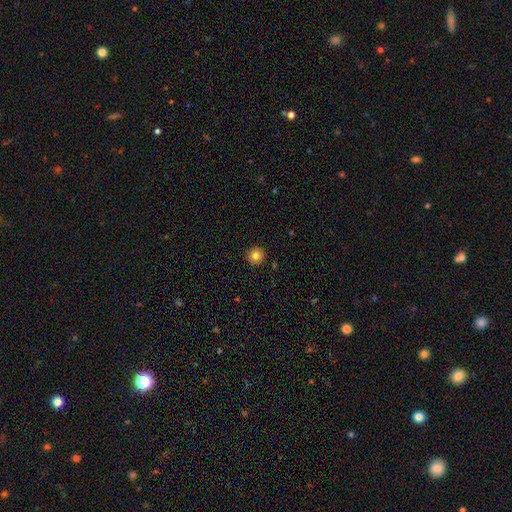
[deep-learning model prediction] Overall: smooth (82%). How rounded: round (95%). Merging: none (92%).